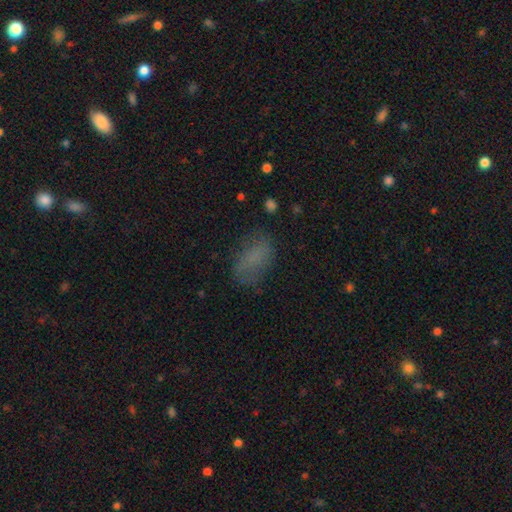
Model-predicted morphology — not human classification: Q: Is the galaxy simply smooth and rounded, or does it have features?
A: smooth — 71%.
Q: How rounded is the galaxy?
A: in between — 89%.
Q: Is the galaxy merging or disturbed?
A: none — 66%.